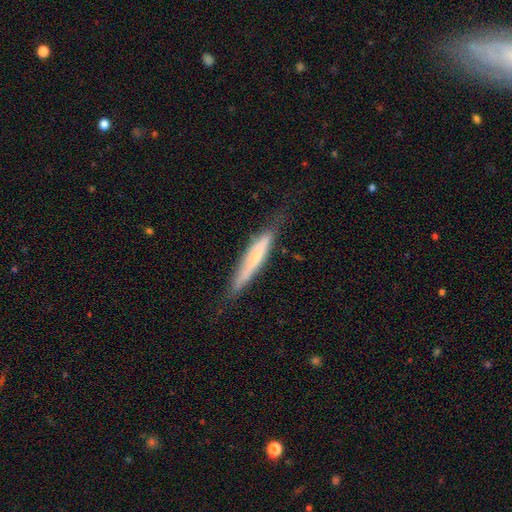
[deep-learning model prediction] Morphology: type=smooth (53%); roundness=cigar-shaped (91%); merging=none (71%).